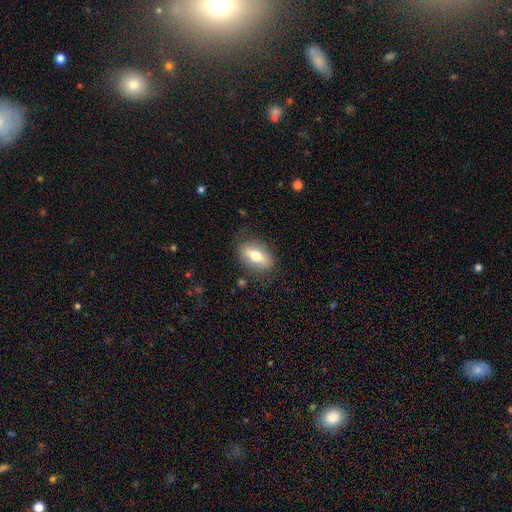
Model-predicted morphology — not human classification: This appears to be a smooth galaxy with no disk features (71%) that is in between round and cigar-shaped (85%). Merging: none (80%).